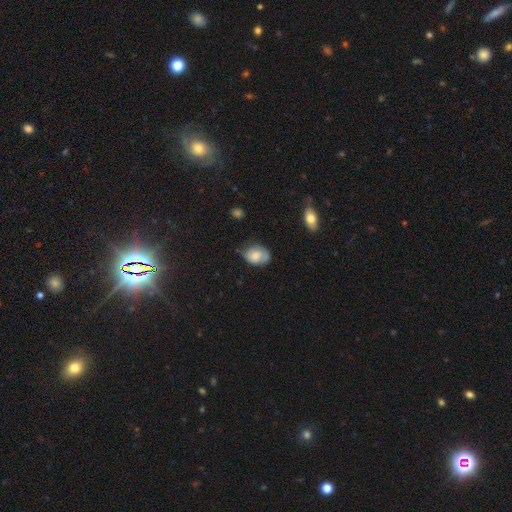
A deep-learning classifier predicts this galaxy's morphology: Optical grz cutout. It shows a smooth galaxy with no disk features (70%) that is in between round and cigar-shaped (73%). Merging: none (49%).